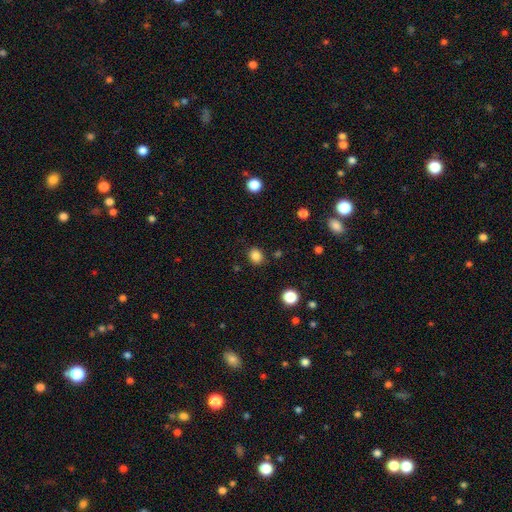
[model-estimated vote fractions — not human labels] smooth 84%, star or artifact 12%, featured or disk 4%. Down the decision tree: how rounded — round (66%); merging — none (86%).